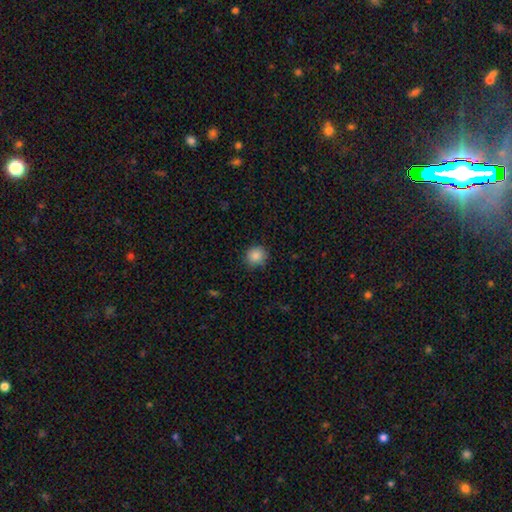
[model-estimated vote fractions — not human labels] smooth-or-featured: smooth: 86% | star or artifact: 10% | featured or disk: 4%
  how-rounded: round: 88% | in between: 11% | cigar-shaped: 1%
  merging: none: 86% | minor disturbance: 11% | major disturbance: 2% | merger: 1%